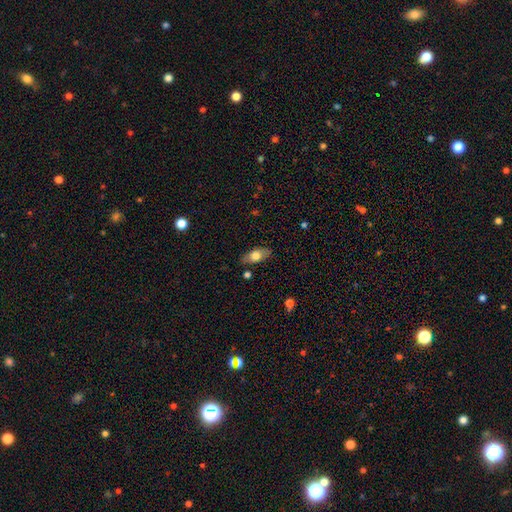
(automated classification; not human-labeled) Smooth or featured?
  - smooth: 68% *
  - featured or disk: 25%
  - star or artifact: 7%
How rounded?
  - in between: 87% *
  - cigar-shaped: 8%
  - round: 5%
Merging?
  - none: 81% *
  - minor disturbance: 14%
  - major disturbance: 3%
  - merger: 2%